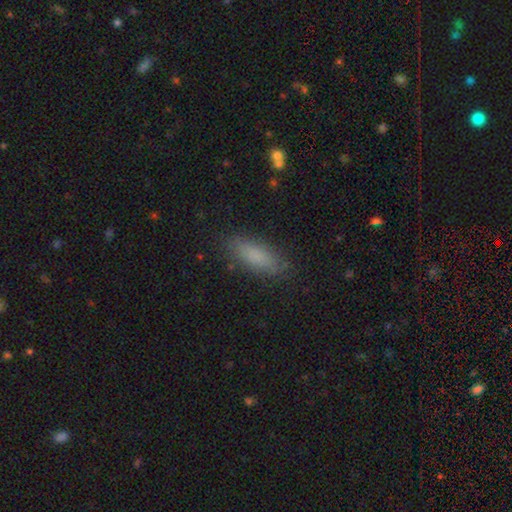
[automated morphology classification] smooth_or_featured: smooth (p=0.84) [alt: featured or disk p=0.08]
how_rounded: in between (p=0.61) [alt: cigar-shaped p=0.37]
merging: none (p=0.85) [alt: minor disturbance p=0.10]